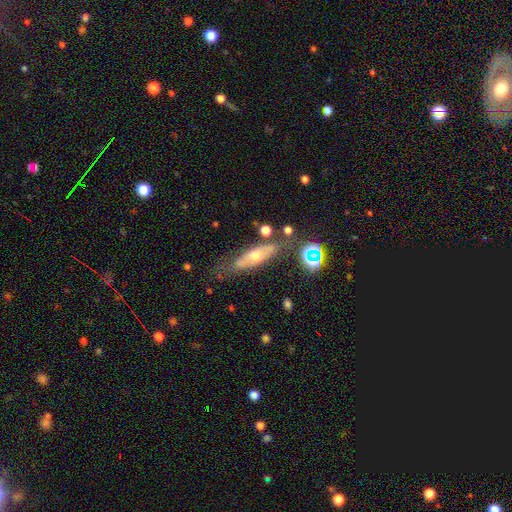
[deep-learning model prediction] Overall: featured or disk (51%; smooth 39%). Edge-on disk: yes (53%; no 47%). Merging: none (61%; minor disturbance 22%).